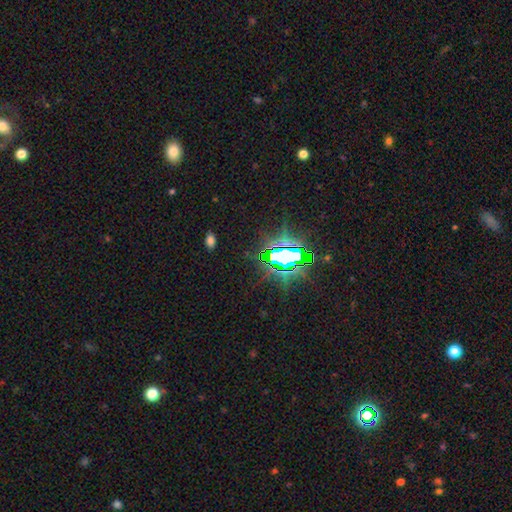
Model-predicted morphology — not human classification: smooth-or-featured: star or artifact: 78% | smooth: 12% | featured or disk: 10%